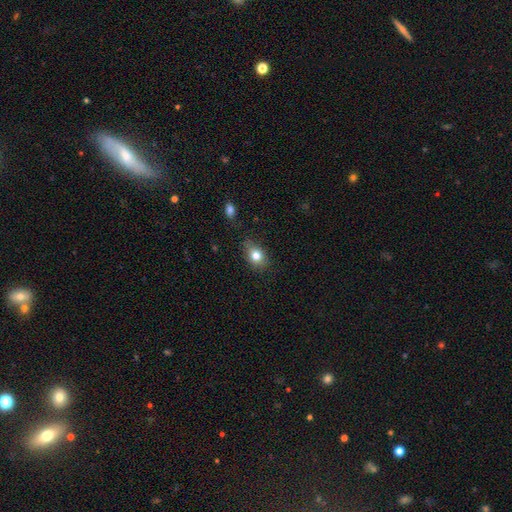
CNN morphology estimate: A smooth galaxy with no disk features (79%) that is in between round and cigar-shaped (58%). Merging: none (70%).